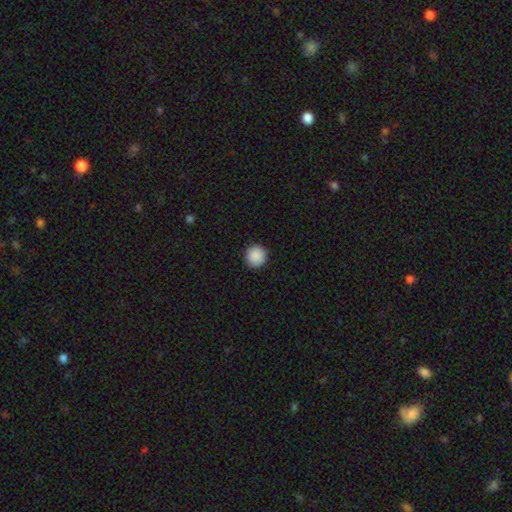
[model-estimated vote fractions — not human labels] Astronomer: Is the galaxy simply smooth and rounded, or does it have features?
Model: smooth — 90%.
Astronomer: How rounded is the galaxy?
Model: round — 95%.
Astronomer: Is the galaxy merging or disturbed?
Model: none — 93%.